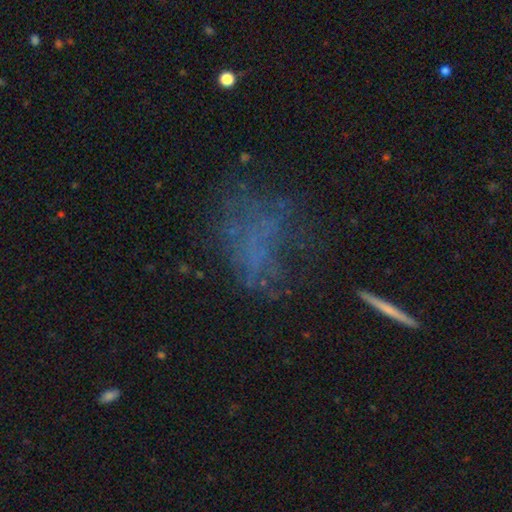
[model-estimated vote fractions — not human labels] A featured or disk galaxy (42%). Merging: none (45%).